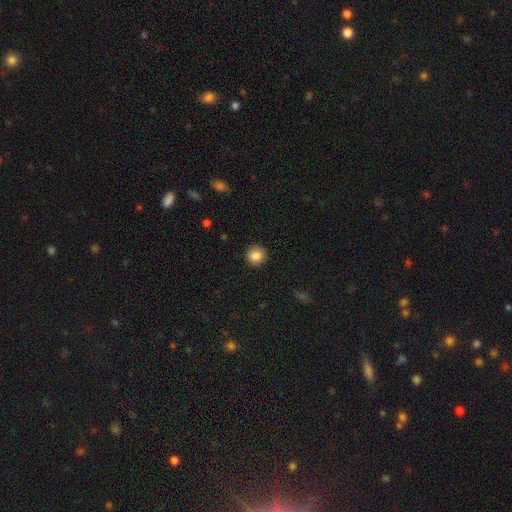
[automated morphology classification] This appears to be a smooth galaxy with no disk features (85%) that is round (94%). Merging: none (92%).